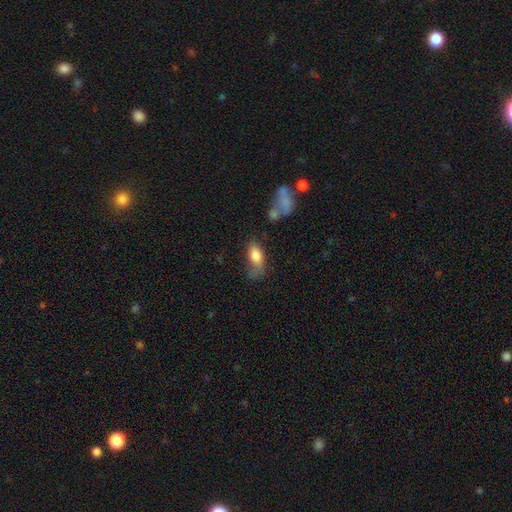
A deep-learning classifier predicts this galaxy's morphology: A smooth galaxy with no disk features (77%) that is in between round and cigar-shaped (86%).

Vote fractions:
- Smooth or featured? smooth: 77% / featured or disk: 15% / star or artifact: 8%
- How rounded? in between: 86% / cigar-shaped: 9% / round: 5%
- Merging? none: 36% / minor disturbance: 31% / major disturbance: 25% / merger: 8%